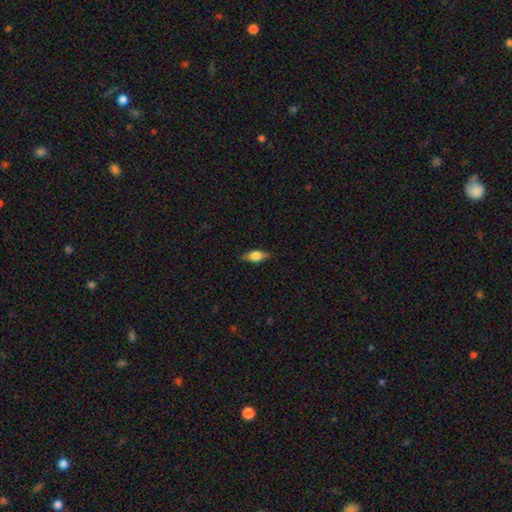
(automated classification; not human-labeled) smooth_or_featured: smooth (p=0.51) [alt: featured or disk p=0.41]
how_rounded: in between (p=0.72) [alt: cigar-shaped p=0.20]
merging: none (p=0.85) [alt: minor disturbance p=0.12]